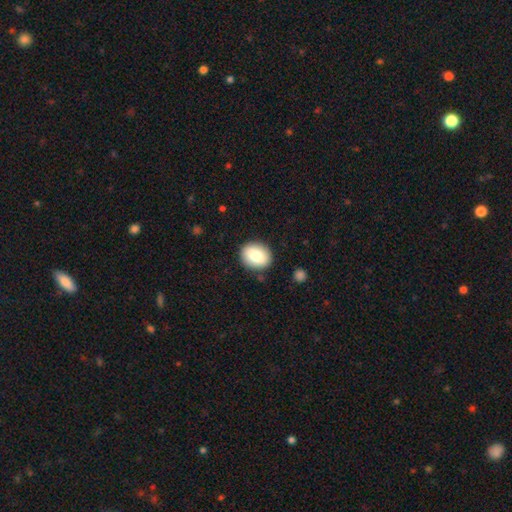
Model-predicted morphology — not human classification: smooth_or_featured: smooth (p=0.81) [alt: featured or disk p=0.11]
how_rounded: in between (p=0.54) [alt: round p=0.45]
merging: none (p=0.87) [alt: minor disturbance p=0.09]